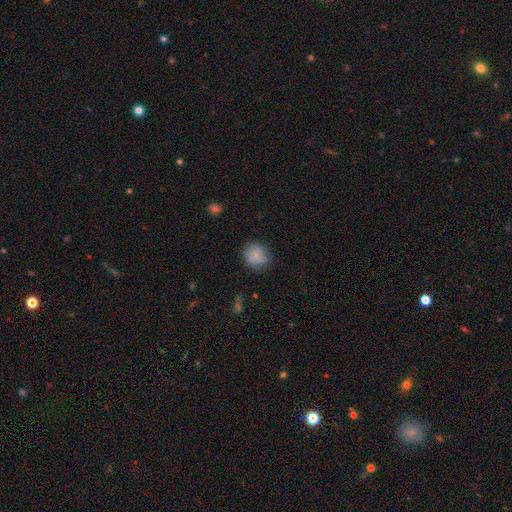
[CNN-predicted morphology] smooth_or_featured: smooth (p=0.79) [alt: featured or disk p=0.12]
how_rounded: round (p=0.77) [alt: in between p=0.22]
merging: none (p=0.69) [alt: minor disturbance p=0.23]